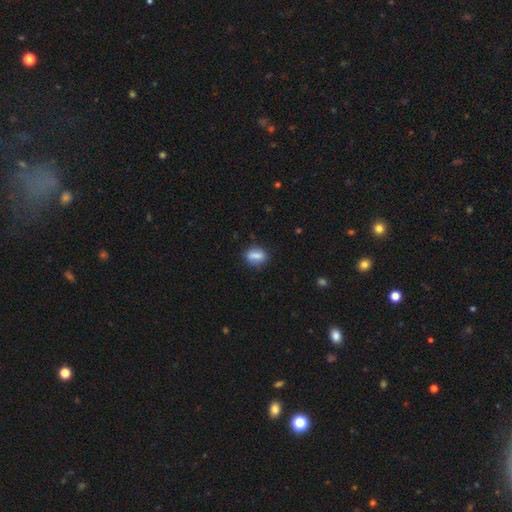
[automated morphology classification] A smooth galaxy with no disk features (75%) that is in between round and cigar-shaped (65%).

Vote fractions:
- Smooth or featured? smooth: 75% / featured or disk: 17% / star or artifact: 8%
- How rounded? in between: 65% / round: 24% / cigar-shaped: 12%
- Merging? none: 77% / minor disturbance: 15% / merger: 4% / major disturbance: 4%